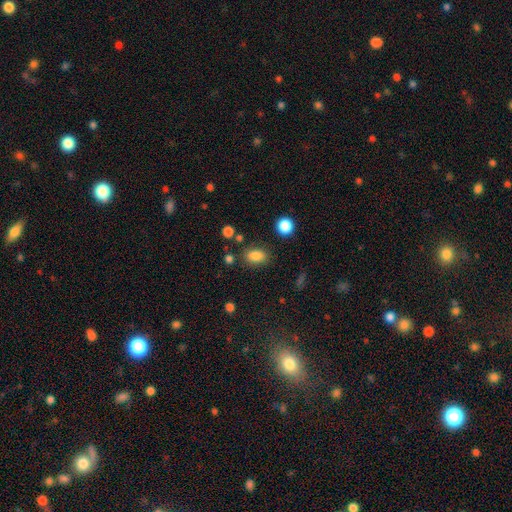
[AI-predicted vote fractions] This appears to be a smooth galaxy with no disk features (84%) that is in between round and cigar-shaped (83%). Merging: none (80%).